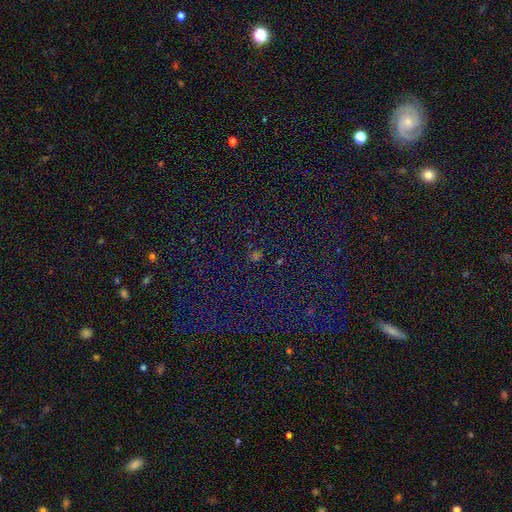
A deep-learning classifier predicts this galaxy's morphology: This is likely a star or artifact rather than a galaxy (67%).